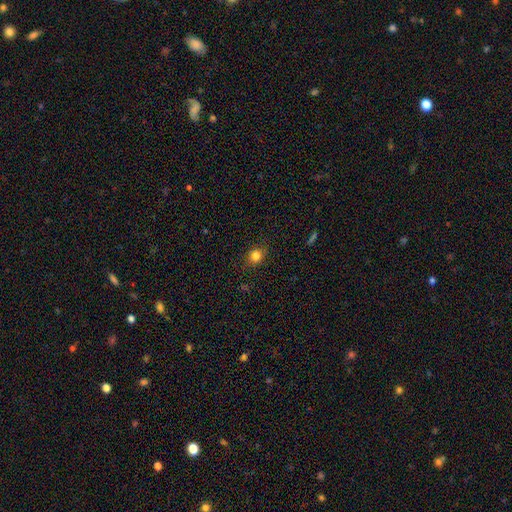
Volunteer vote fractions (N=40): Smooth or featured: smooth — 78% (star or artifact — 12%)
How rounded: round — 71% (in between — 29%)
Merging: none — 83% (minor disturbance — 14%)